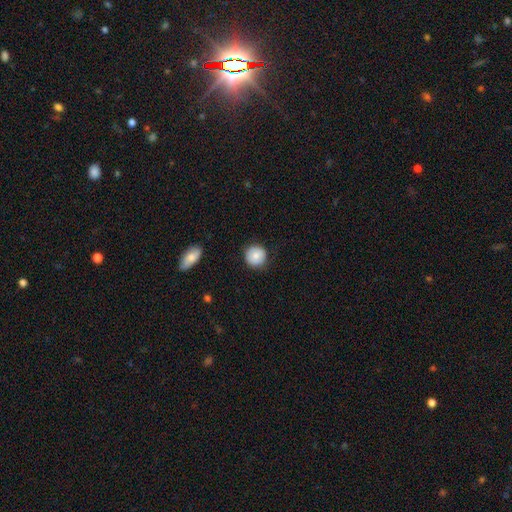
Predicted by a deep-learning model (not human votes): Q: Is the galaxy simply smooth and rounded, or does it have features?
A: smooth — 81%.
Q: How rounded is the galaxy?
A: round — 93%.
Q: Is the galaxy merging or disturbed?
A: none — 87%.